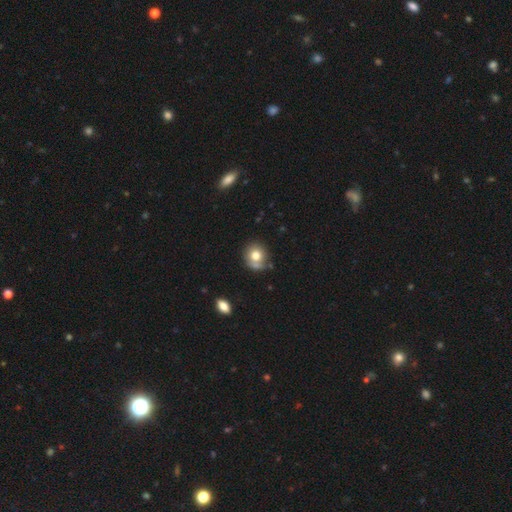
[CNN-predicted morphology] type=smooth (75%); roundness=round (84%); merging=none (63%).